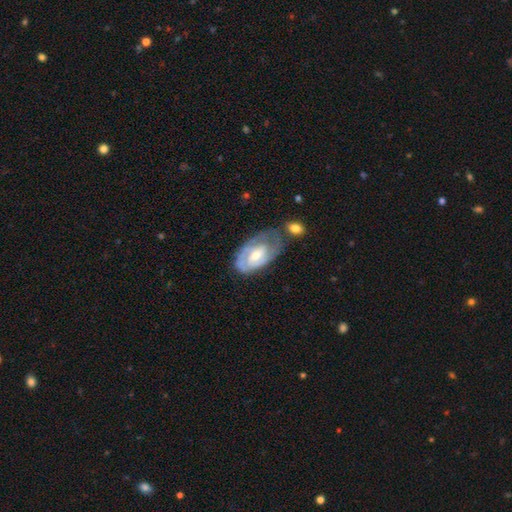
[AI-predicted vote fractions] smooth-or-featured: featured or disk: 71% | smooth: 23% | star or artifact: 5%
  disk-edge-on: no: 95% | yes: 5%
    bar: no: 46% | weak: 43% | strong: 10%
    has-spiral-arms: yes: 80% | no: 20%
      spiral-winding: tight: 59% | medium: 31% | loose: 10%
      spiral-arm-count: can't tell: 43% | 2: 34% | 1: 11% | 3: 8% | 4: 2% | more than 4: 2%
    bulge-size: moderate: 57% | small: 35% | large: 5% | none: 2% | dominant: 1%
  merging: none: 46% | minor disturbance: 29% | major disturbance: 17% | merger: 8%